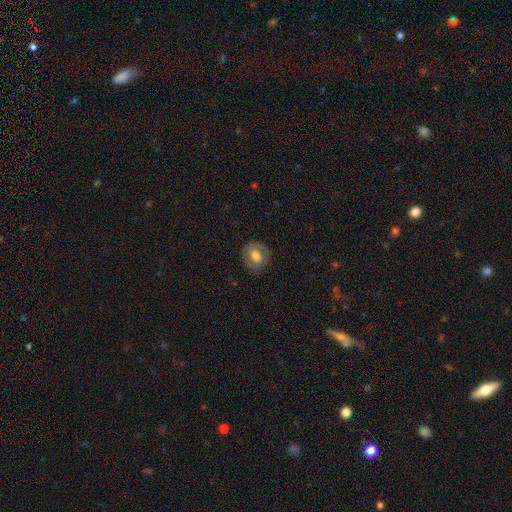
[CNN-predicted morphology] Overall: smooth (63%; featured or disk 29%). How rounded: round (57%; in between 41%). Merging: none (80%).